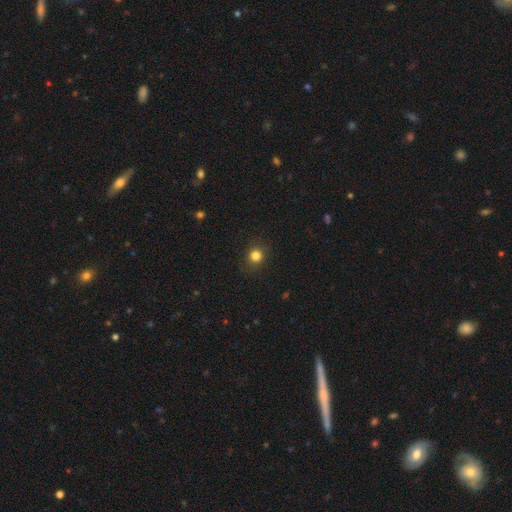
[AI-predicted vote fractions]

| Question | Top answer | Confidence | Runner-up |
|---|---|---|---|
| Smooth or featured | smooth | 82% | star or artifact (13%) |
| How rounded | round | 87% | in between (12%) |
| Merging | none | 88% | minor disturbance (8%) |